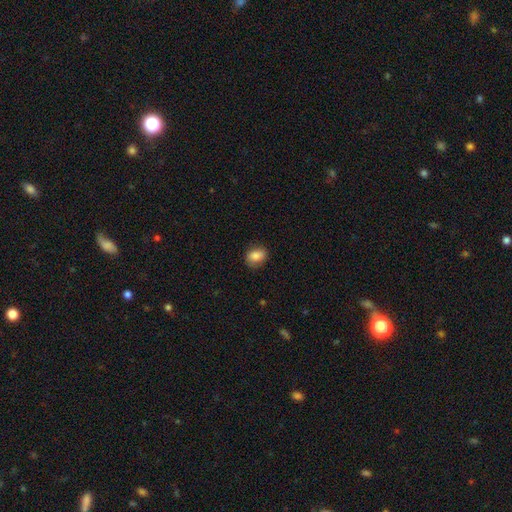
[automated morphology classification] A smooth galaxy with no disk features (83%) that is in between round and cigar-shaped (63%). Merging: none (81%).